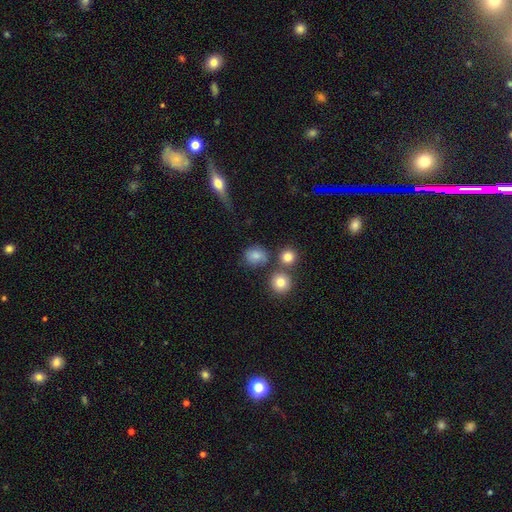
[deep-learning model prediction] smooth 79%, star or artifact 11%, featured or disk 10%. Down the decision tree: how rounded — round (76%); merging — none (67%).